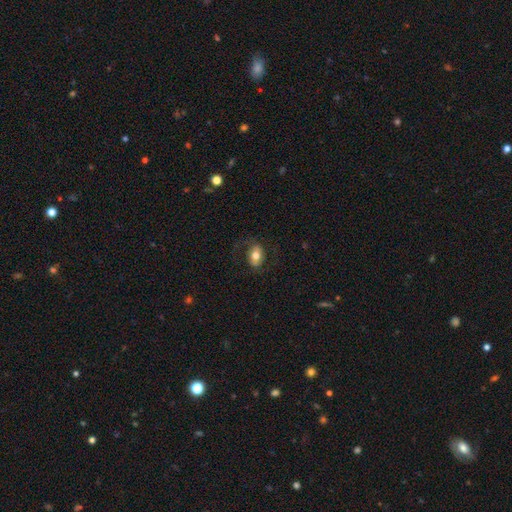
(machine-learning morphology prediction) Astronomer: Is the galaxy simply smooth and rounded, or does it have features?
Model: smooth — 64%.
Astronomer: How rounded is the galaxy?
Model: in between — 83%.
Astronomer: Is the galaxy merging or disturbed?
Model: none — 72%.